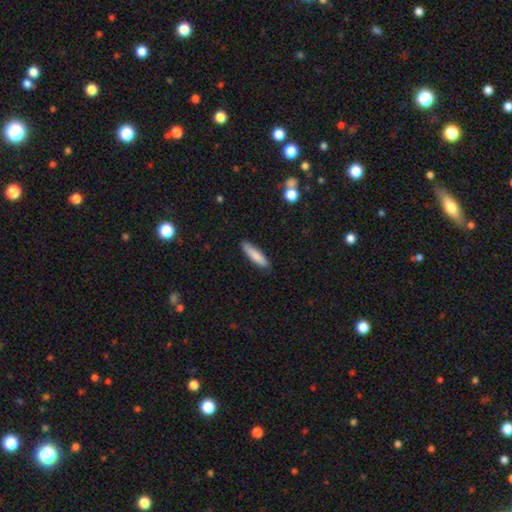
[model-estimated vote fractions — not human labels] A smooth galaxy with no disk features (85%) that is cigar-shaped (75%).

Vote fractions:
- Smooth or featured? smooth: 85% / featured or disk: 9% / star or artifact: 6%
- How rounded? cigar-shaped: 75% / in between: 23% / round: 1%
- Merging? none: 86% / minor disturbance: 11% / major disturbance: 2% / merger: 1%